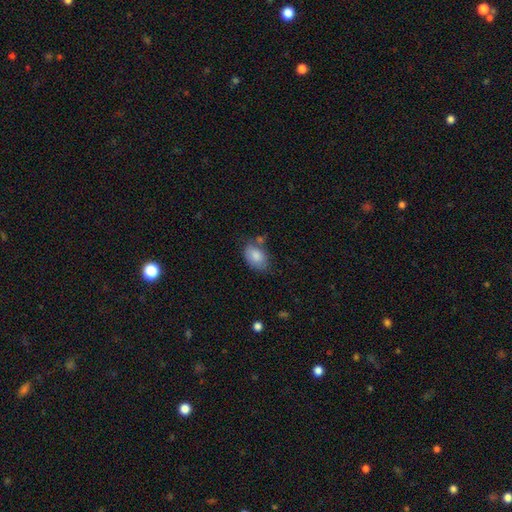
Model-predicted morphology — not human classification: This is clearly a smooth galaxy (84%). How rounded: clearly in between (86%). Merging: possibly none (57%).